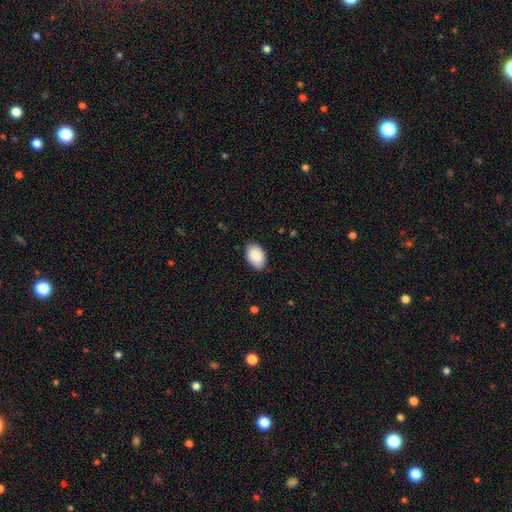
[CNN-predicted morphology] Smooth or featured?
  - smooth: 89% *
  - star or artifact: 6%
  - featured or disk: 5%
How rounded?
  - in between: 92% *
  - round: 7%
  - cigar-shaped: 1%
Merging?
  - none: 81% *
  - minor disturbance: 16%
  - major disturbance: 2%
  - merger: 1%